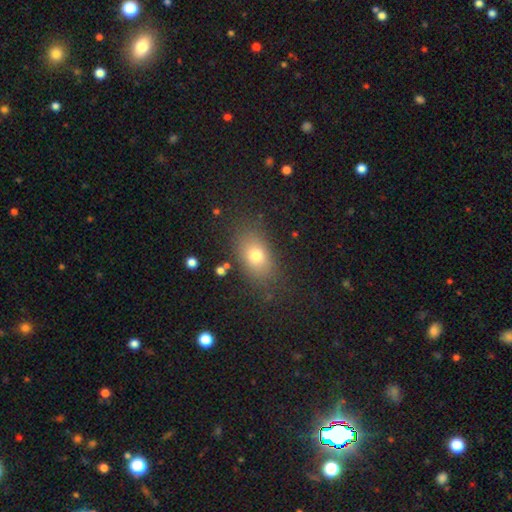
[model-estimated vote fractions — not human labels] This appears to be a smooth galaxy with no disk features (73%) that is in between round and cigar-shaped (78%). Merging: none (81%).